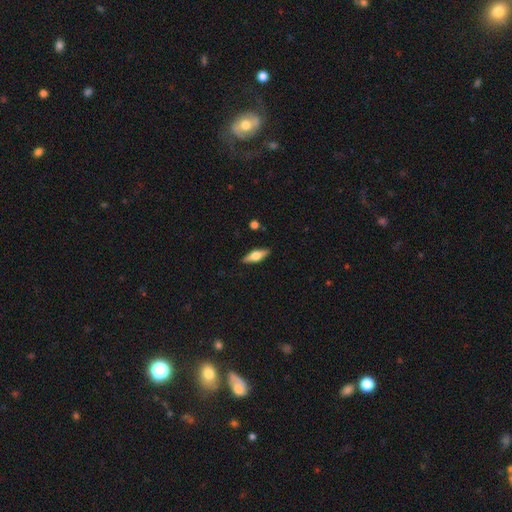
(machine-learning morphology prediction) Q: Smooth or featured?
A: featured or disk (48%); runner-up: smooth (45%)
Q: Merging?
A: none (88%); runner-up: minor disturbance (9%)